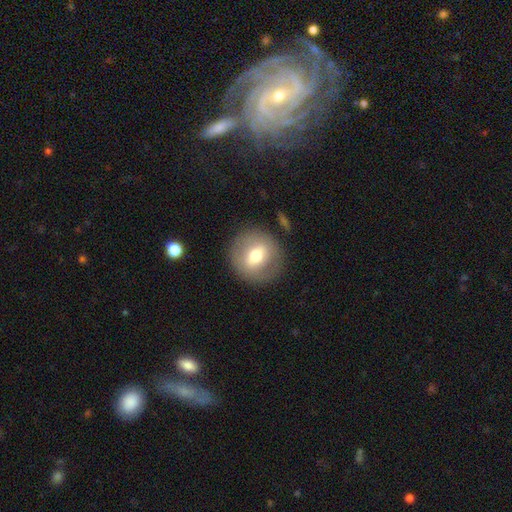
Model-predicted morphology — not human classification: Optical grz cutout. It shows a smooth galaxy with no disk features (58%) that is round (88%). Merging: none (85%).